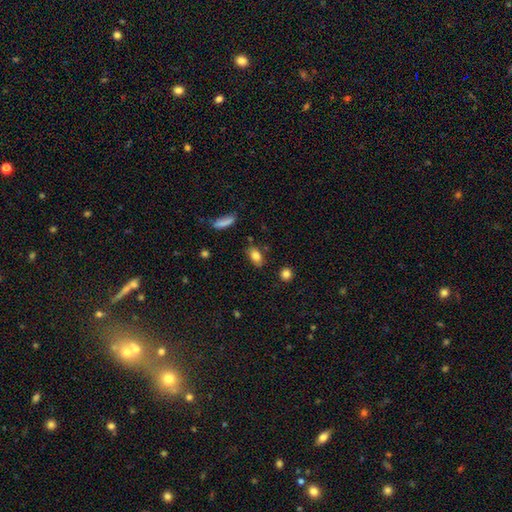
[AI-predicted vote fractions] Morphology: type=smooth (82%); roundness=in between (85%); merging=none (78%).